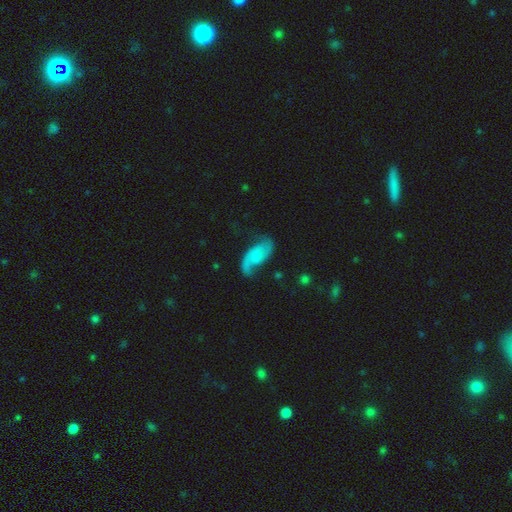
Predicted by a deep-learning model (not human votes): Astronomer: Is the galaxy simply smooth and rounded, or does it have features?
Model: featured or disk — 76%.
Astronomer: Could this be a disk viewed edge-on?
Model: no — 97%.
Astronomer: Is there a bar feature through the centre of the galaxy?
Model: no — 60%.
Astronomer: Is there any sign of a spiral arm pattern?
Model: yes — 95%.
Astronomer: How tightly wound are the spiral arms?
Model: loose — 56% (runner-up: medium, 34%).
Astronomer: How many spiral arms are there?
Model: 2 — 85%.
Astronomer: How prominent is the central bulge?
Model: none — 47% (runner-up: small, 30%).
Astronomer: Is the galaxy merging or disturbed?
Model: none — 62%.